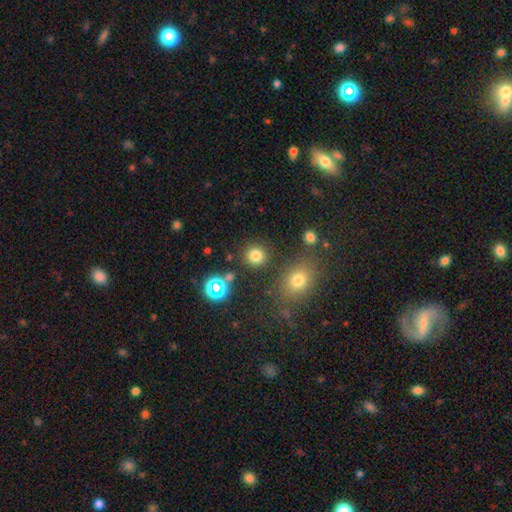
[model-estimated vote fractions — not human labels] Smooth or featured?
  - smooth: 76% *
  - star or artifact: 19%
  - featured or disk: 6%
How rounded?
  - round: 90% *
  - in between: 8%
  - cigar-shaped: 1%
Merging?
  - none: 85% *
  - minor disturbance: 7%
  - merger: 5%
  - major disturbance: 3%